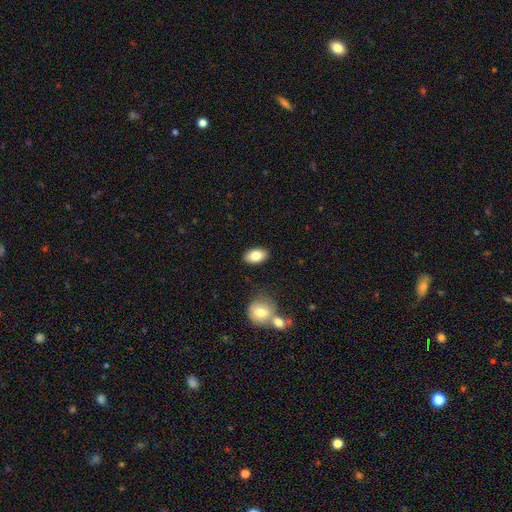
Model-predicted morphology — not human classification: A smooth galaxy with no disk features (82%) that is in between round and cigar-shaped (91%). Merging: none (86%).